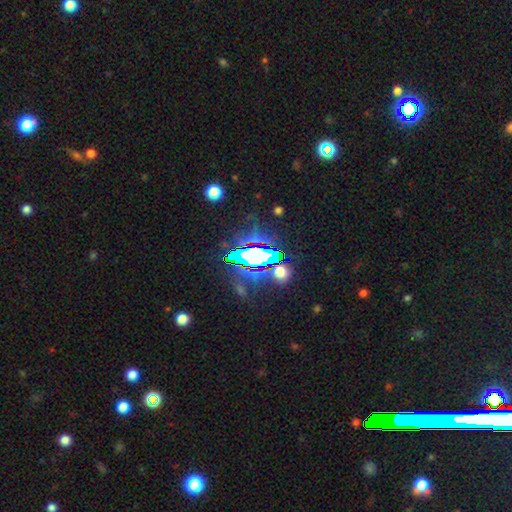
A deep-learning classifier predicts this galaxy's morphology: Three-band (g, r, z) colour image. It shows a star or artifact, not a galaxy (67%).